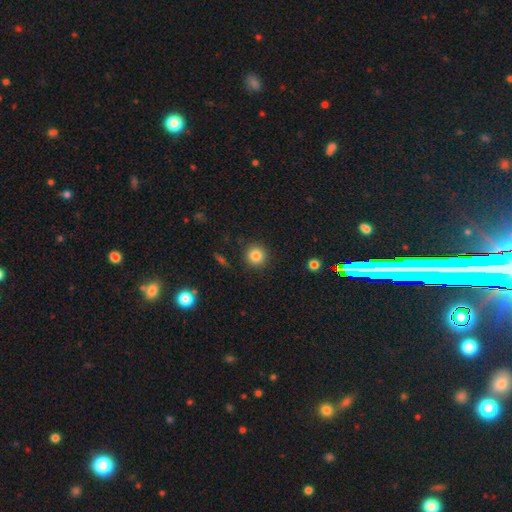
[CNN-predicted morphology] smooth-or-featured: smooth: 84% | star or artifact: 11% | featured or disk: 6%
  how-rounded: round: 93% | in between: 6% | cigar-shaped: 1%
  merging: none: 90% | minor disturbance: 7% | major disturbance: 2% | merger: 1%